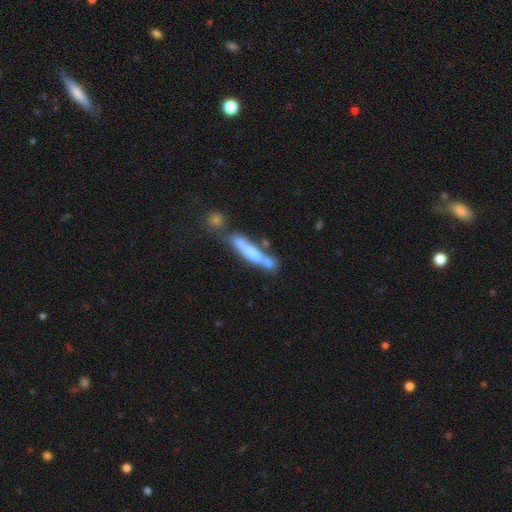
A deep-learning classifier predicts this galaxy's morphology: Overall: smooth (51%; featured or disk 40%). How rounded: cigar-shaped (88%). Merging: none (40%; merger 33%).